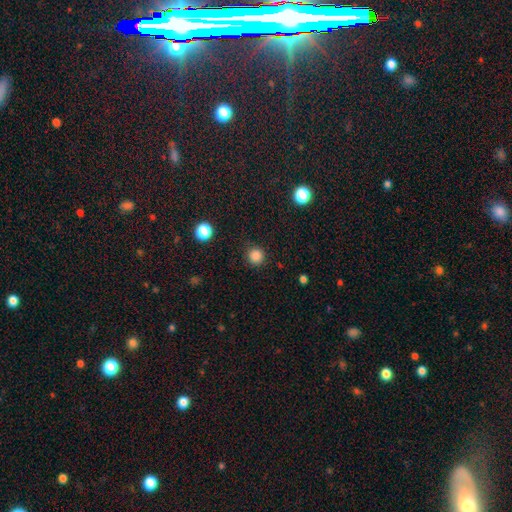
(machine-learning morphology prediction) Smooth or featured? smooth (85%)
How rounded? round (94%)
Merging? none (89%)